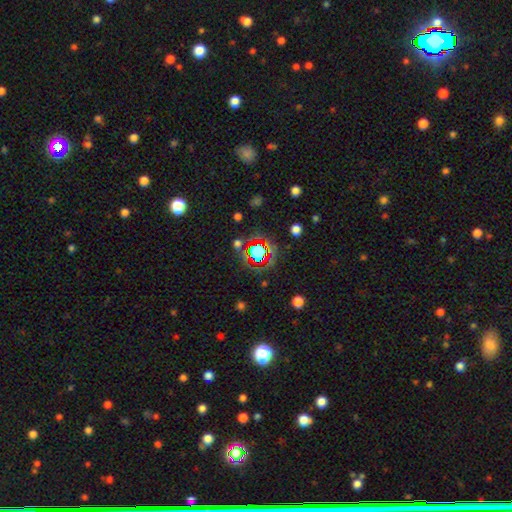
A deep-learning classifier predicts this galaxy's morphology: Smooth or featured? star or artifact (52%)